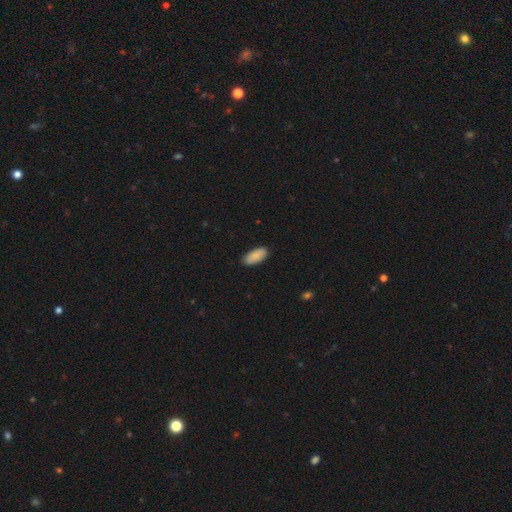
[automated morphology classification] type=smooth (88%); roundness=in between (91%); merging=none (87%).